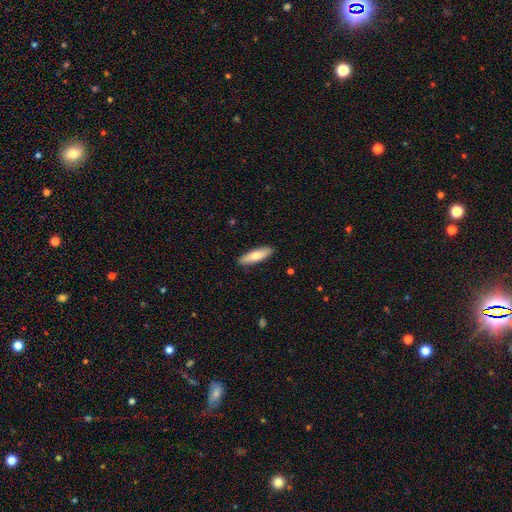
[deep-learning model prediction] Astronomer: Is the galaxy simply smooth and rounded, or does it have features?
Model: smooth — 76%.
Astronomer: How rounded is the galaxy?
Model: cigar-shaped — 61% (runner-up: in between, 37%).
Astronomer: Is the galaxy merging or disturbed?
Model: none — 90%.